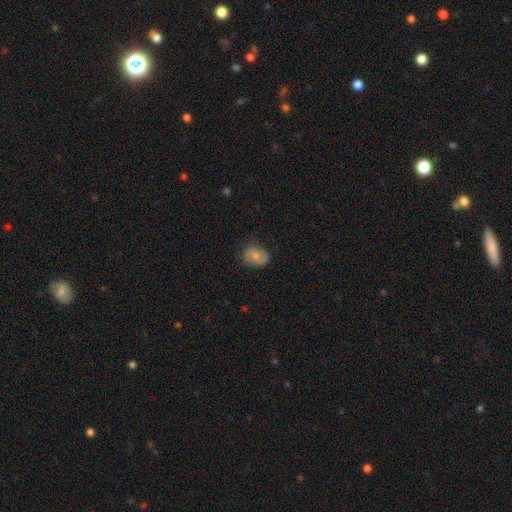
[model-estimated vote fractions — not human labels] Smooth or featured: smooth — 63% (featured or disk — 29%)
How rounded: in between — 58% (round — 41%)
Merging: none — 71% (minor disturbance — 22%)